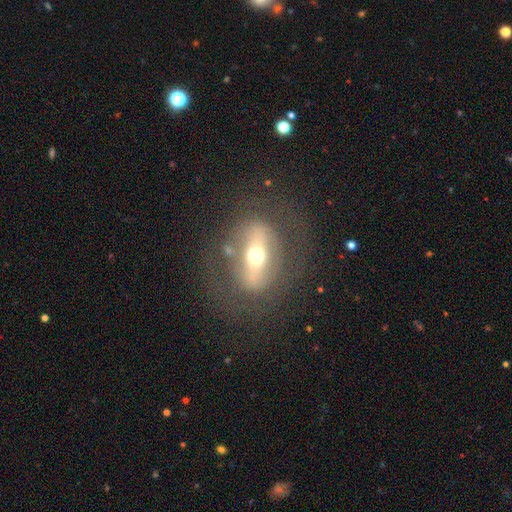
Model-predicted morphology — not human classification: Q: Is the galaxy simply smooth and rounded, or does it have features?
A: featured or disk — 62%.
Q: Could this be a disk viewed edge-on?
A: no — 75%.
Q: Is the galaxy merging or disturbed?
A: none — 71%.